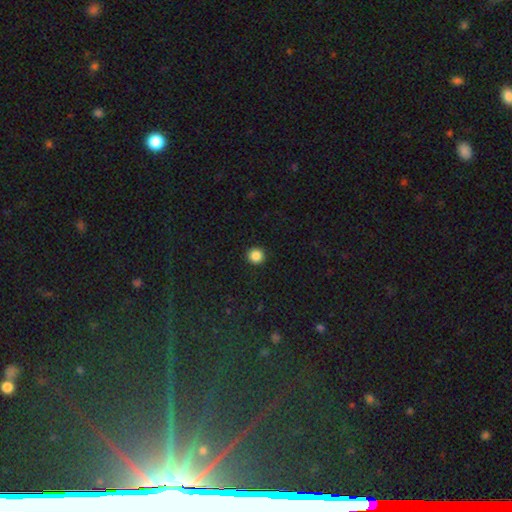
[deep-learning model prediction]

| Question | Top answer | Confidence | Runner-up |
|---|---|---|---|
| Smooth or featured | smooth | 86% | star or artifact (11%) |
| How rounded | round | 95% | in between (4%) |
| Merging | none | 93% | minor disturbance (4%) |